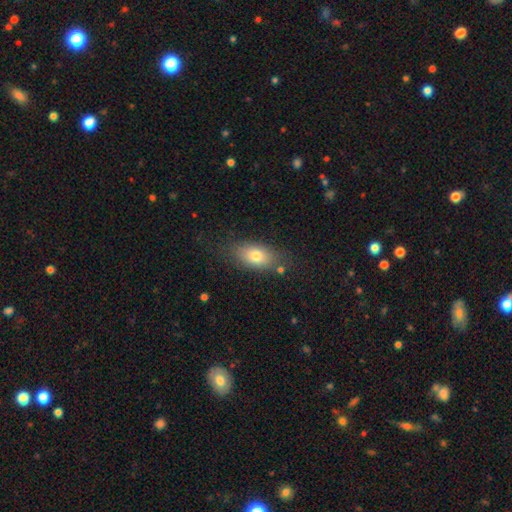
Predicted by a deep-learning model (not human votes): smooth_or_featured: smooth (p=0.76) [alt: featured or disk p=0.15]
how_rounded: in between (p=0.84) [alt: round p=0.11]
merging: none (p=0.75) [alt: minor disturbance p=0.16]